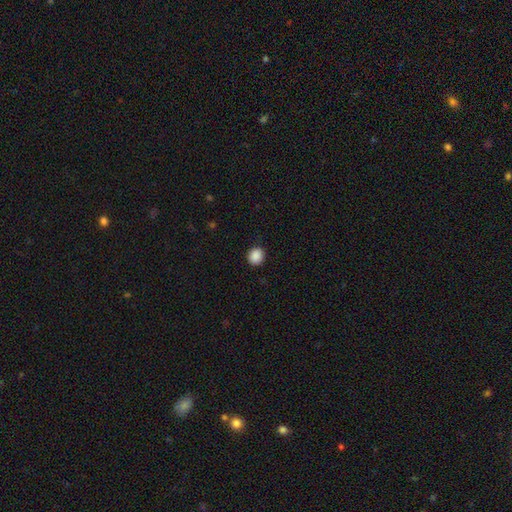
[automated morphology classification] A smooth galaxy with no disk features (89%) that is round (82%).

Vote fractions:
- Smooth or featured? smooth: 89% / star or artifact: 9% / featured or disk: 2%
- How rounded? round: 82% / in between: 17% / cigar-shaped: 1%
- Merging? none: 90% / minor disturbance: 7% / major disturbance: 2% / merger: 1%